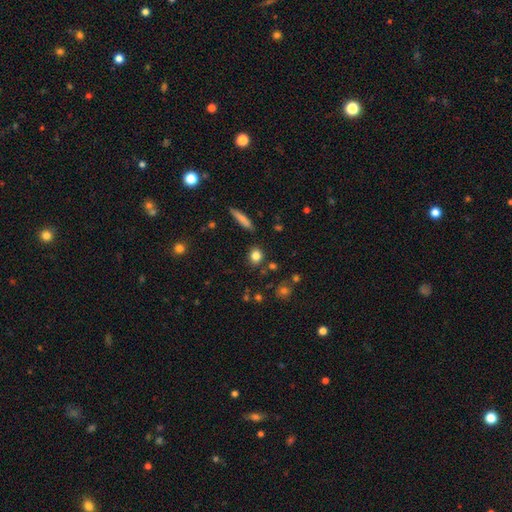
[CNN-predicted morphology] This appears to be a smooth galaxy with no disk features (82%) that is round (68%). Merging: none (85%).